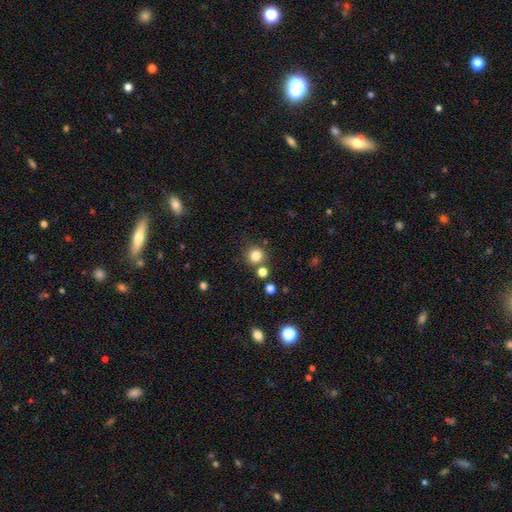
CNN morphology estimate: Q: Smooth or featured?
A: smooth (82%); runner-up: star or artifact (13%)
Q: How rounded?
A: round (93%); runner-up: in between (6%)
Q: Merging?
A: none (79%); runner-up: merger (10%)